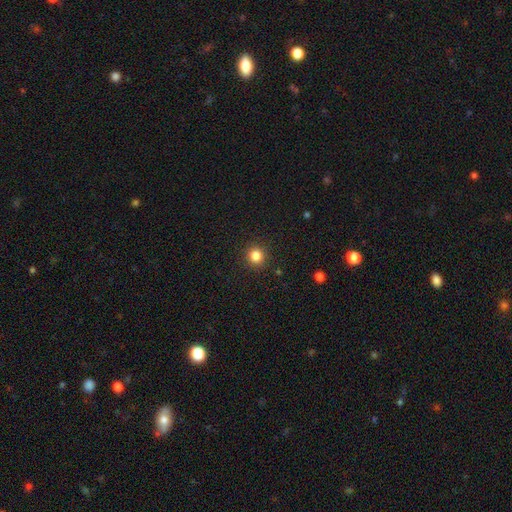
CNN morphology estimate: The model was most divided on "smooth or featured": smooth: 84%, star or artifact: 12%, featured or disk: 5%. More confident: how rounded — round (92%); merging — none (91%).